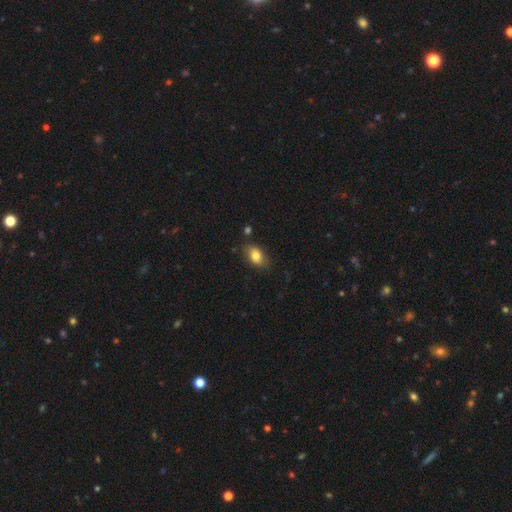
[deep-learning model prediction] Q: Smooth or featured?
A: smooth (81%); runner-up: featured or disk (11%)
Q: How rounded?
A: in between (85%); runner-up: round (13%)
Q: Merging?
A: none (77%); runner-up: minor disturbance (17%)